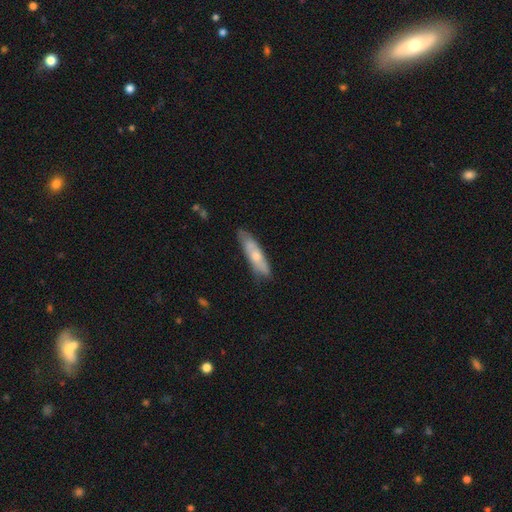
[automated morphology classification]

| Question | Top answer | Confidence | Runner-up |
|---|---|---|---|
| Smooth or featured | smooth | 54% | featured or disk (40%) |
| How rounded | cigar-shaped | 67% | in between (32%) |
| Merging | none | 72% | minor disturbance (22%) |